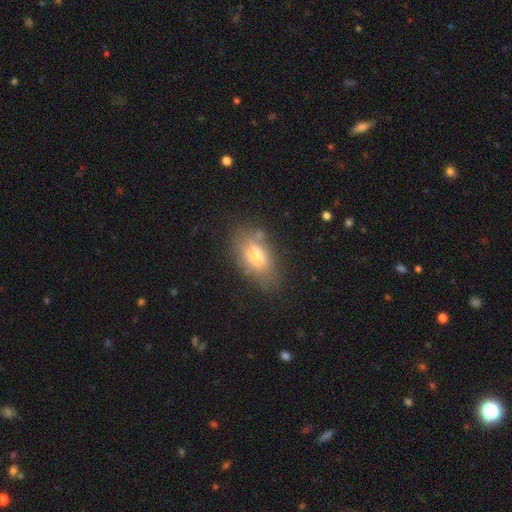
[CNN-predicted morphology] A smooth galaxy with no disk features (66%) that is in between round and cigar-shaped (87%).

Vote fractions:
- Smooth or featured? smooth: 66% / featured or disk: 25% / star or artifact: 9%
- How rounded? in between: 87% / cigar-shaped: 8% / round: 6%
- Merging? none: 68% / minor disturbance: 21% / major disturbance: 7% / merger: 4%